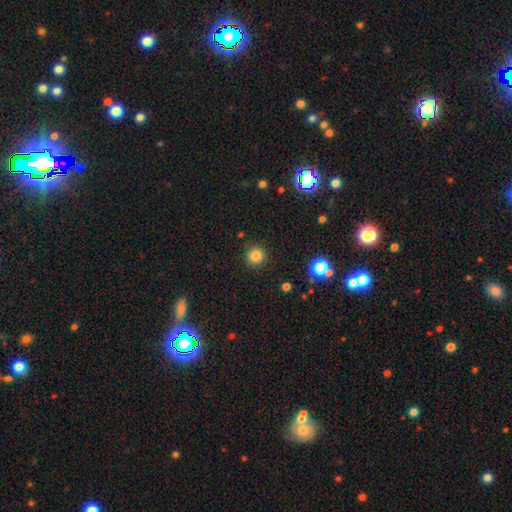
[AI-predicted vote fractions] Smooth or featured? smooth (83%)
How rounded? round (93%)
Merging? none (89%)